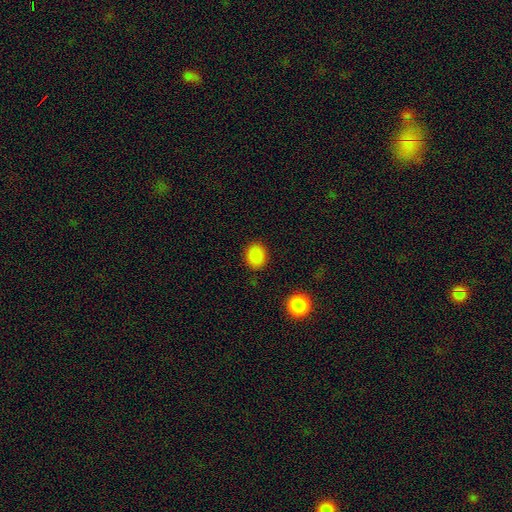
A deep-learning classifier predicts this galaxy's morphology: A smooth galaxy with no disk features (87%) that is round (59%). Merging: none (87%).